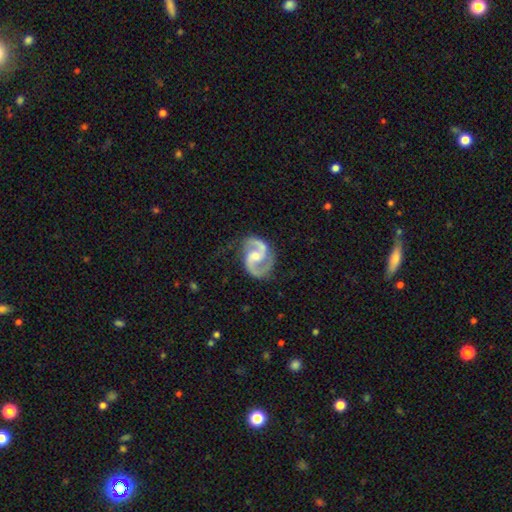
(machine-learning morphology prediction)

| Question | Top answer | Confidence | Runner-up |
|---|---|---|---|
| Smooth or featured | featured or disk | 93% | star or artifact (3%) |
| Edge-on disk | no | 98% | yes (2%) |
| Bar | weak | 48% | no (38%) |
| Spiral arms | yes | 98% | no (2%) |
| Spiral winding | medium | 65% | loose (20%) |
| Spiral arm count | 2 | 94% | can't tell (1%) |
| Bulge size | moderate | 52% | small (28%) |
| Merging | none | 76% | minor disturbance (16%) |